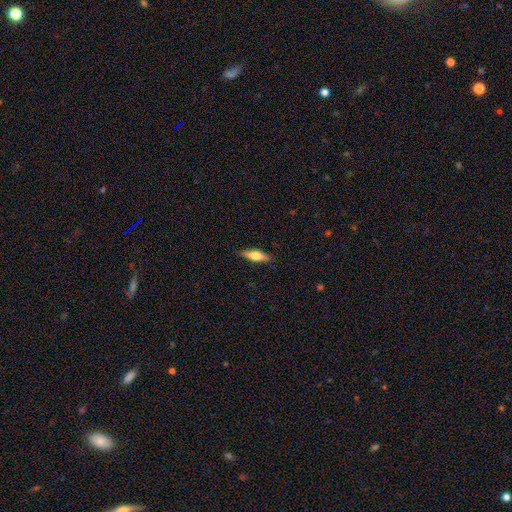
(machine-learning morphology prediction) smooth 58%, featured or disk 36%, star or artifact 6%. Down the decision tree: how rounded — cigar-shaped (58%); merging — none (86%).